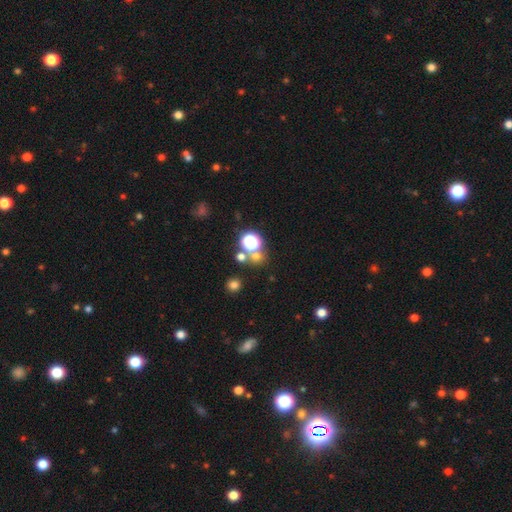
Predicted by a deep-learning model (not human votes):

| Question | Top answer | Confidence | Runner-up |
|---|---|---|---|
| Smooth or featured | smooth | 57% | star or artifact (35%) |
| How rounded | round | 84% | in between (15%) |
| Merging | none | 65% | merger (23%) |